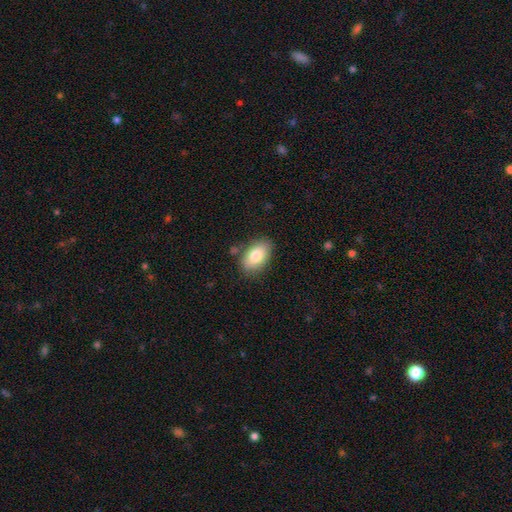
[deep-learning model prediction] A smooth galaxy with no disk features (81%) that is in between round and cigar-shaped (91%). Merging: none (80%).